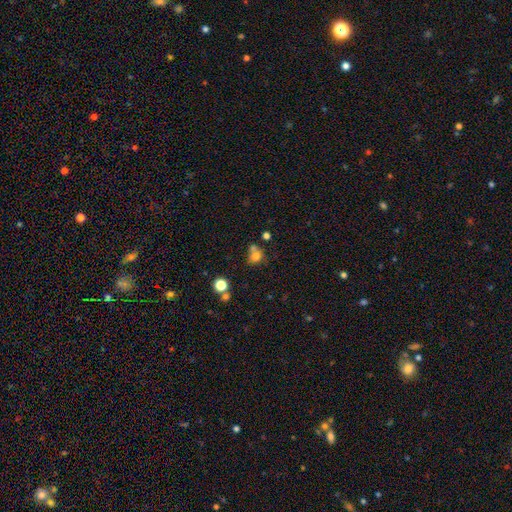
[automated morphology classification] Smooth or featured? Predicted: smooth (p=0.73). How rounded? Predicted: round (p=0.73). Merging? Predicted: none (p=0.44).